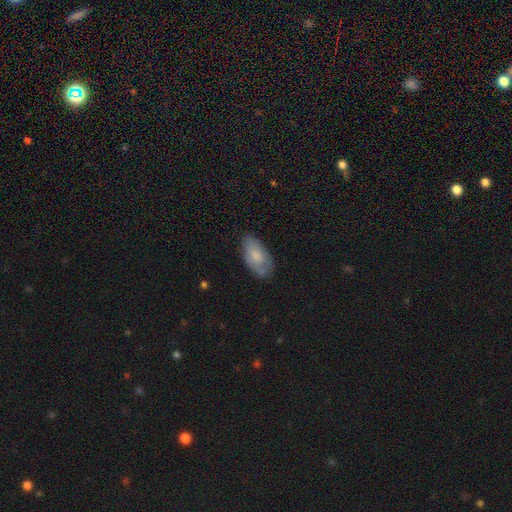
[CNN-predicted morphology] The model was most divided on "merging": none: 67%, minor disturbance: 25%, major disturbance: 6%, merger: 2%. More confident: how rounded — in between (94%); smooth or featured — smooth (69%).